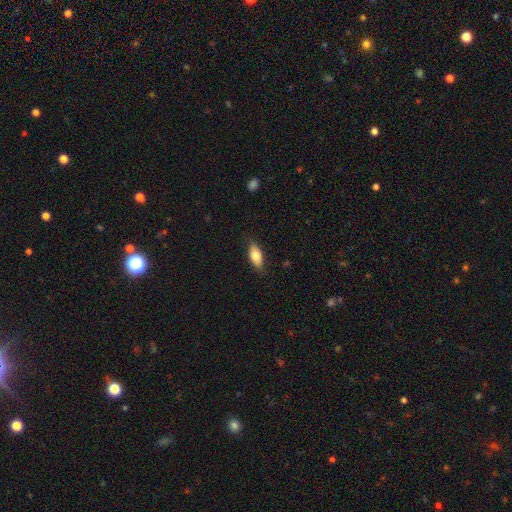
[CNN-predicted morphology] type=smooth (77%); roundness=in between (86%); merging=none (84%).